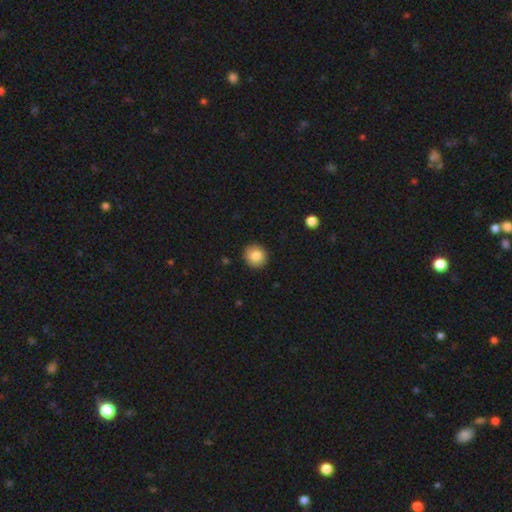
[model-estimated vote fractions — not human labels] Q: Smooth or featured?
A: smooth (84%); runner-up: star or artifact (8%)
Q: How rounded?
A: round (91%); runner-up: in between (8%)
Q: Merging?
A: none (91%); runner-up: minor disturbance (6%)